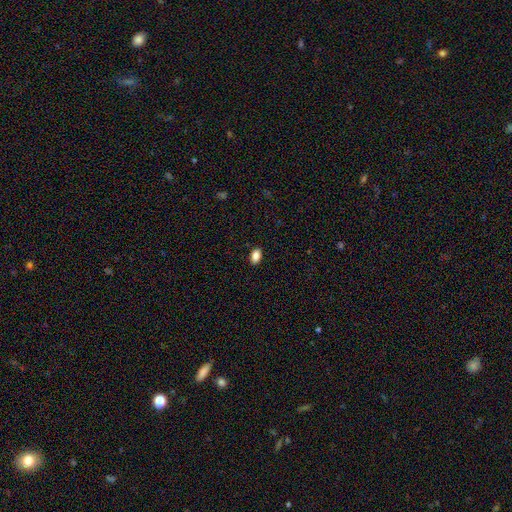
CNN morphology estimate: smooth_or_featured: smooth (p=0.86) [alt: star or artifact p=0.09]
how_rounded: in between (p=0.89) [alt: round p=0.09]
merging: none (p=0.89) [alt: minor disturbance p=0.08]